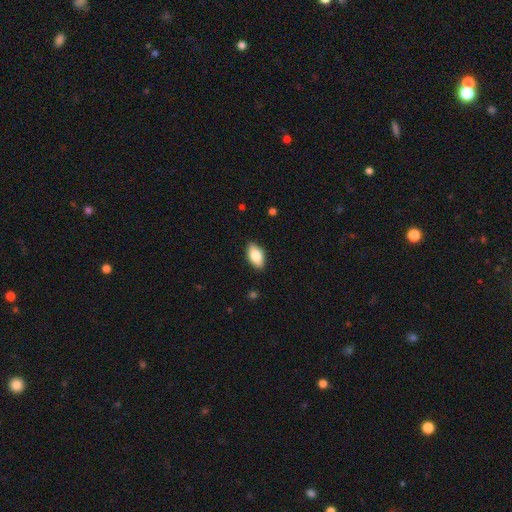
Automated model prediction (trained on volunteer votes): Smooth or featured? smooth (82%)
How rounded? in between (92%)
Merging? none (87%)